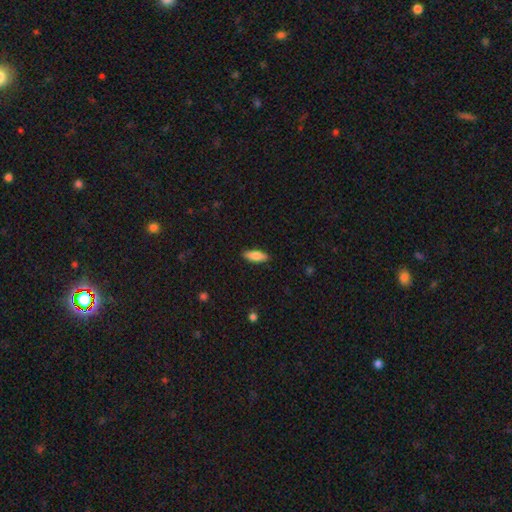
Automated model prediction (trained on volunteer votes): A smooth galaxy with no disk features (84%) that is in between round and cigar-shaped (66%). Merging: none (88%).